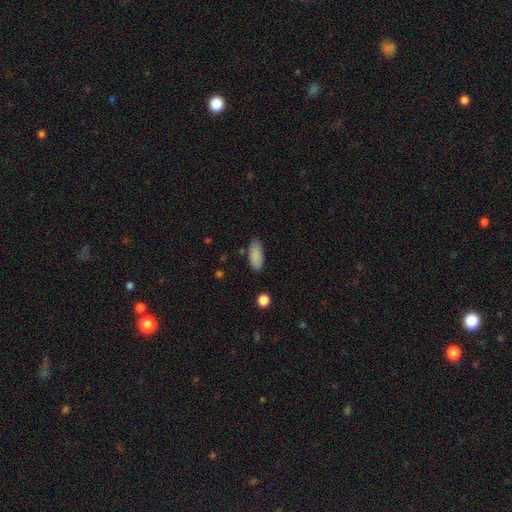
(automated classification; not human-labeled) Smooth or featured: smooth — 87% (star or artifact — 7%)
How rounded: in between — 82% (cigar-shaped — 15%)
Merging: none — 79% (minor disturbance — 15%)